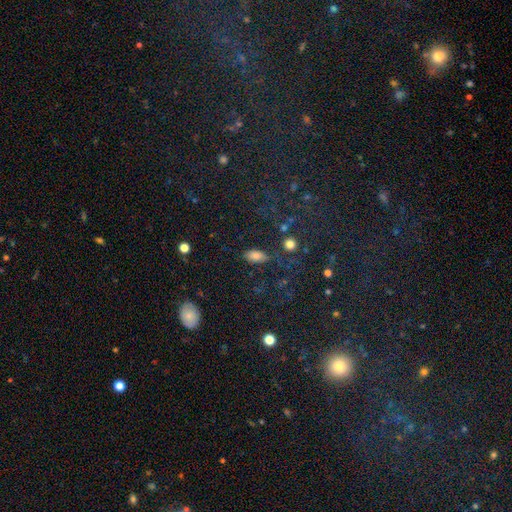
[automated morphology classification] Smooth or featured?
  - smooth: 80% *
  - star or artifact: 12%
  - featured or disk: 8%
How rounded?
  - in between: 89% *
  - cigar-shaped: 6%
  - round: 6%
Merging?
  - none: 78% *
  - minor disturbance: 14%
  - major disturbance: 5%
  - merger: 3%